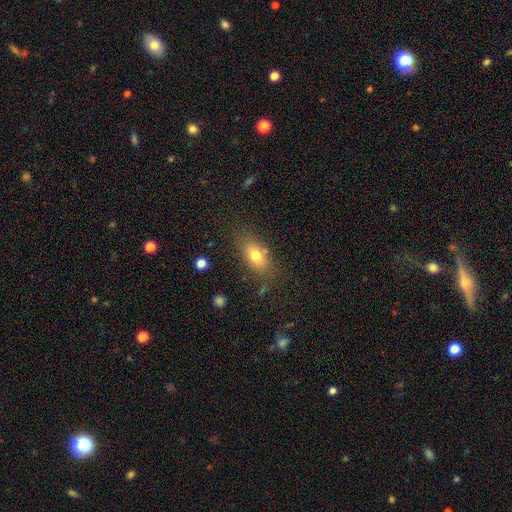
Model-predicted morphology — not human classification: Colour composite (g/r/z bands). It shows a smooth galaxy with no disk features (76%) that is in between round and cigar-shaped (84%). Merging: none (76%).